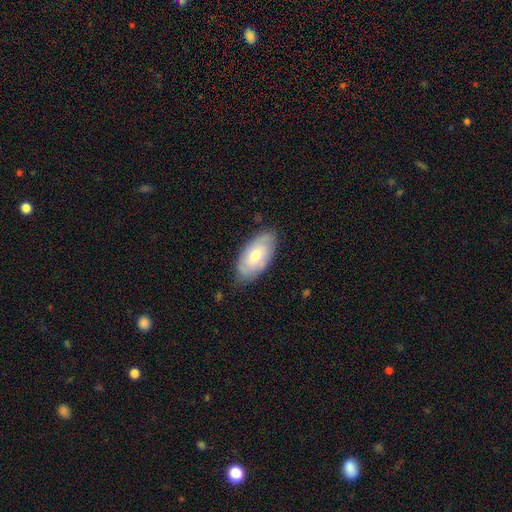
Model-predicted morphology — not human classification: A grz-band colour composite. It shows a smooth galaxy with no disk features (52%) that is in between round and cigar-shaped (93%). Merging: none (80%).